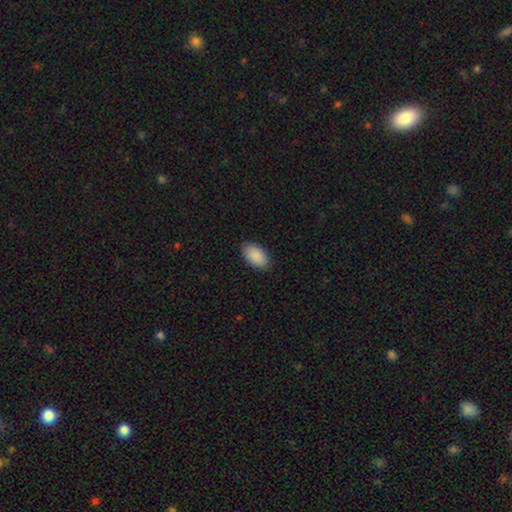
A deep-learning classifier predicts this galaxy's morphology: Smooth or featured? smooth (90%)
How rounded? in between (95%)
Merging? none (87%)